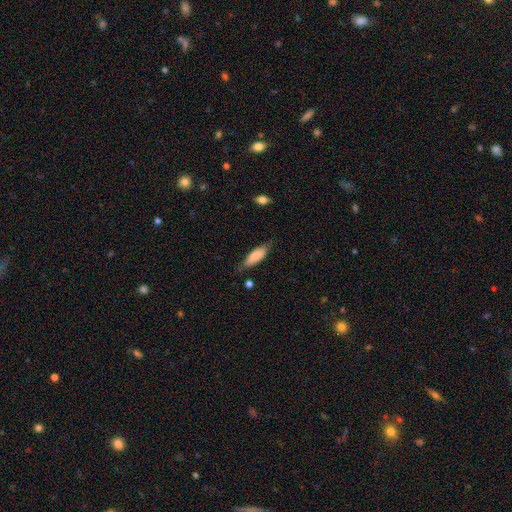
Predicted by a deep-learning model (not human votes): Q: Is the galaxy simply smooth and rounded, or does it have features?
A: smooth — 81%.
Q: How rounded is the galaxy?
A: in between — 61%.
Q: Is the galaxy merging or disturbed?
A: none — 69%.